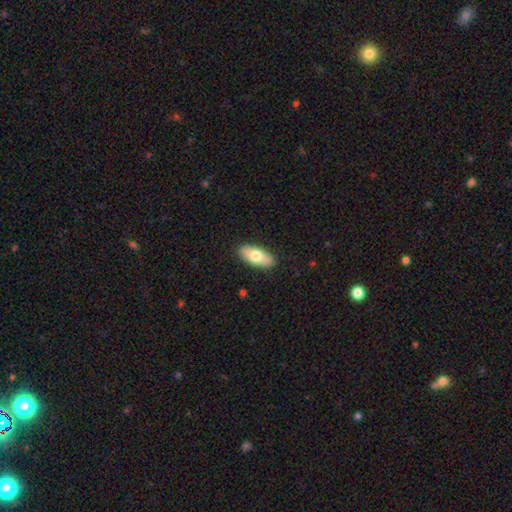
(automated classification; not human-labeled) Smooth or featured? smooth (72%)
How rounded? in between (84%)
Merging? none (89%)